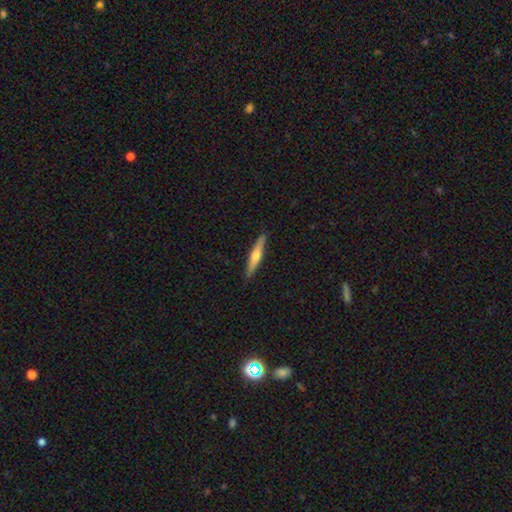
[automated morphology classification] Overall: featured or disk (56%; smooth 38%). Edge-on disk: yes (97%). Edge-on bulge: rounded (90%). Merging: none (90%).